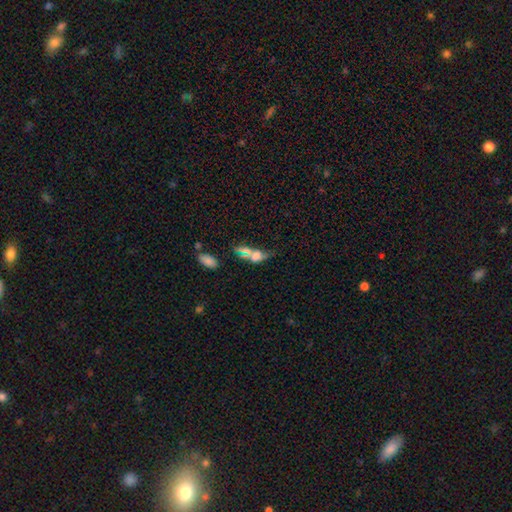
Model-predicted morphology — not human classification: smooth 54%, featured or disk 25%, star or artifact 21%. Down the decision tree: how rounded — in between (64%); merging — merger (36%).